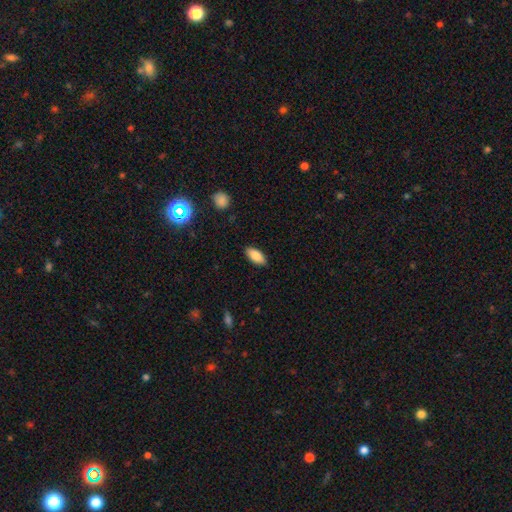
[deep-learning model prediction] This is clearly a smooth galaxy (86%). How rounded: clearly in between (88%). Merging: clearly none (87%).